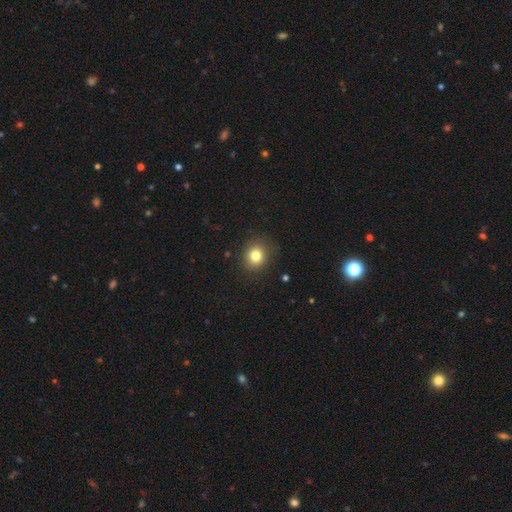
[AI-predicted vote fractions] Smooth or featured? Predicted: smooth (p=0.81). How rounded? Predicted: round (p=0.80). Merging? Predicted: none (p=0.88).